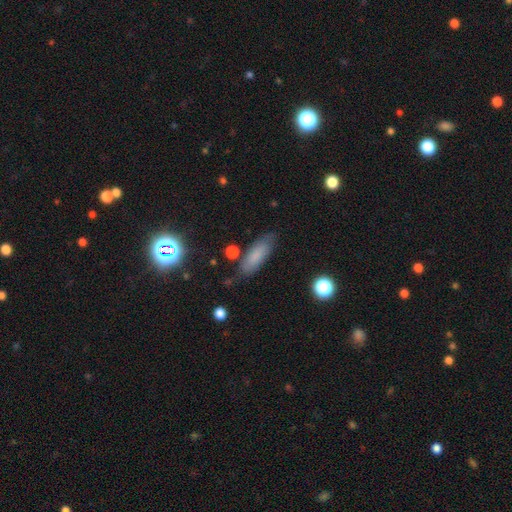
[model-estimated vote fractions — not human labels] smooth-or-featured: smooth: 77% | featured or disk: 13% | star or artifact: 10%
  how-rounded: in between: 59% | cigar-shaped: 39% | round: 3%
  merging: none: 79% | minor disturbance: 14% | major disturbance: 4% | merger: 3%